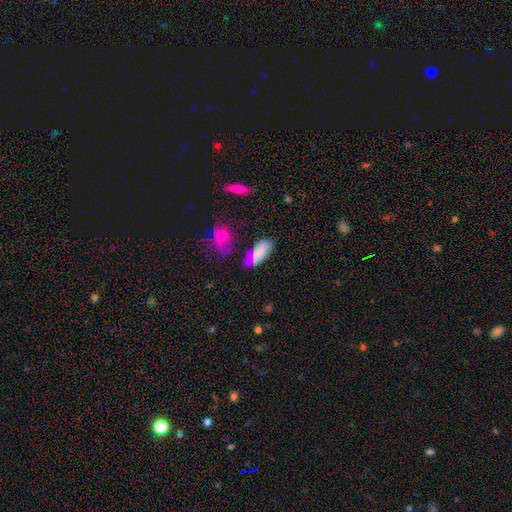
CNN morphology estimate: Q: Smooth or featured?
A: smooth (75%); runner-up: featured or disk (15%)
Q: How rounded?
A: in between (84%); runner-up: cigar-shaped (13%)
Q: Merging?
A: none (60%); runner-up: minor disturbance (24%)